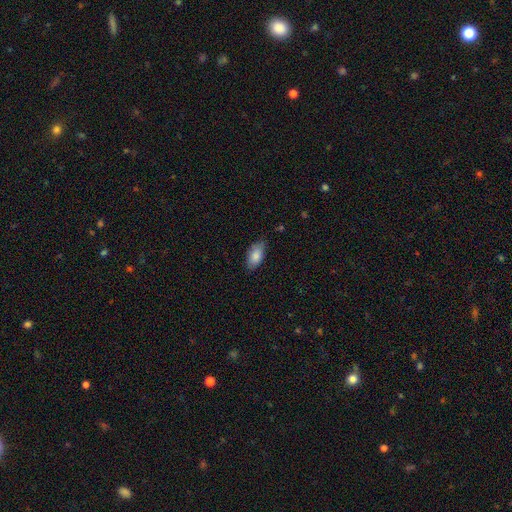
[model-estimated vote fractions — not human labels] smooth 84%, featured or disk 9%, star or artifact 7%. Down the decision tree: how rounded — in between (91%); merging — none (78%).